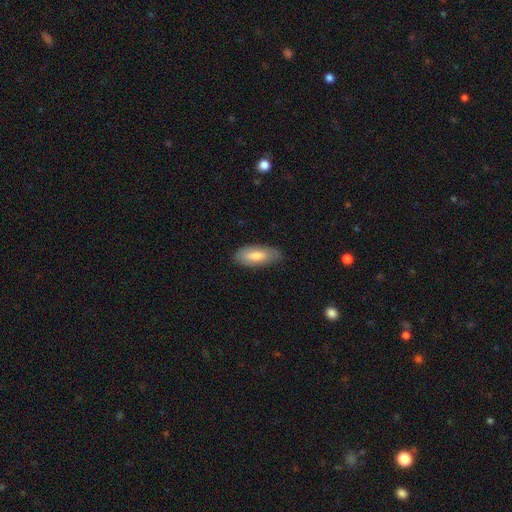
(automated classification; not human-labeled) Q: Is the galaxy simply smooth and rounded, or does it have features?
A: smooth — 69%.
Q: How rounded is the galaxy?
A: in between — 76%.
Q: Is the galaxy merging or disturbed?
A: none — 81%.